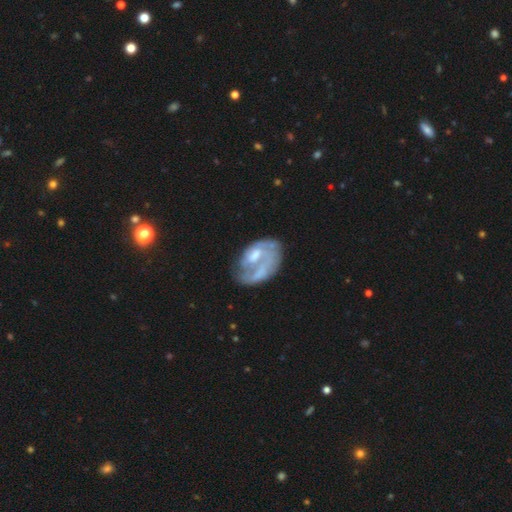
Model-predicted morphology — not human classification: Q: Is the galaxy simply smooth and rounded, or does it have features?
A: featured or disk — 67%.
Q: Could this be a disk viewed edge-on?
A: no — 97%.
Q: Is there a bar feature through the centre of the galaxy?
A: no — 58%.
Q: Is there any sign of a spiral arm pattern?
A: yes — 62%.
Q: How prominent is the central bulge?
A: moderate — 41%.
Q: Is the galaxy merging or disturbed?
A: none — 40%.